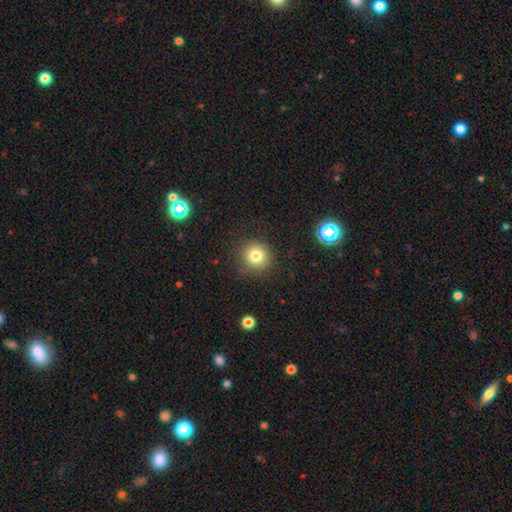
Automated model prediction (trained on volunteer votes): smooth 79%, star or artifact 13%, featured or disk 8%. Down the decision tree: how rounded — round (93%); merging — none (87%).